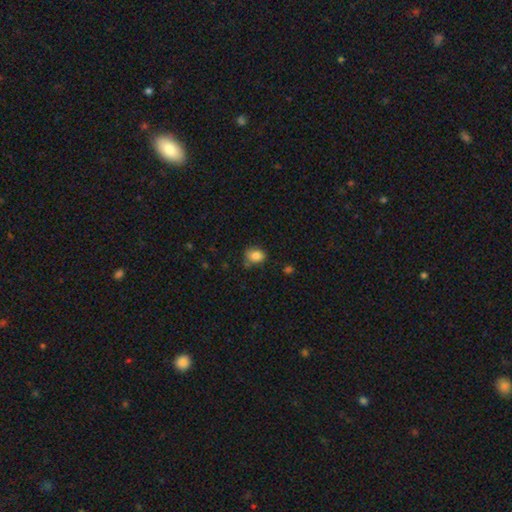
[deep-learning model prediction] A smooth galaxy with no disk features (84%) that is in between round and cigar-shaped (59%).

Vote fractions:
- Smooth or featured? smooth: 84% / star or artifact: 10% / featured or disk: 6%
- How rounded? in between: 59% / round: 40% / cigar-shaped: 1%
- Merging? none: 66% / minor disturbance: 24% / major disturbance: 5% / merger: 4%